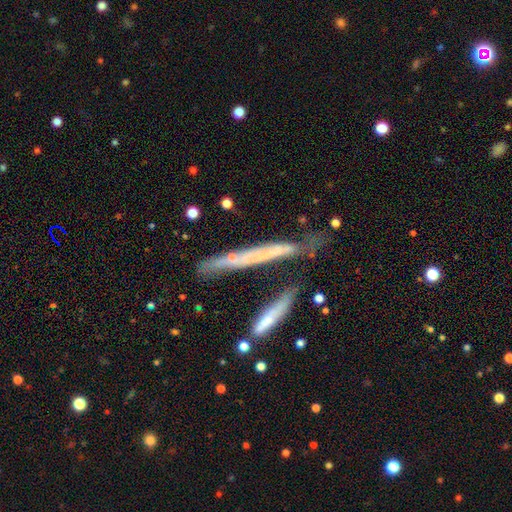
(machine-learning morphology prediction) A featured or disk galaxy (55%) viewed edge-on (81%). Merging: none (56%).